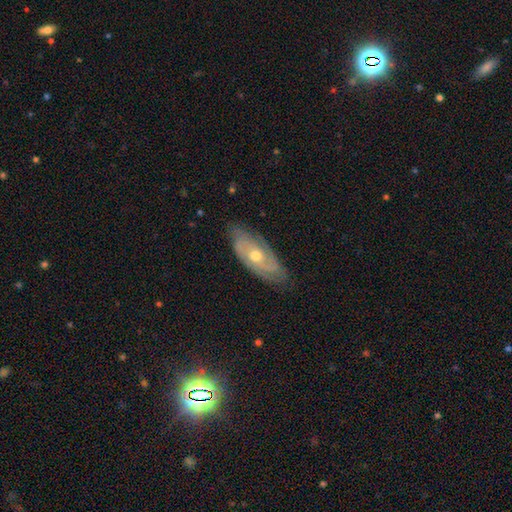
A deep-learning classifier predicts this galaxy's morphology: Smooth or featured: featured or disk — 76% (smooth — 18%)
Edge-on disk: no — 86% (yes — 14%)
Bar: no — 73% (weak — 23%)
Spiral arms: yes — 88% (no — 12%)
Spiral winding: tight — 56% (medium — 34%)
Spiral arm count: 2 — 45% (can't tell — 32%)
Bulge size: moderate — 65% (small — 31%)
Merging: none — 77% (minor disturbance — 18%)